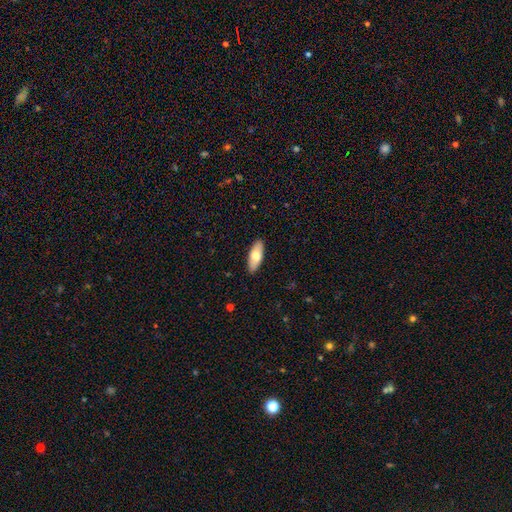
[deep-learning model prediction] Smooth or featured?
  - smooth: 69% *
  - featured or disk: 26%
  - star or artifact: 5%
How rounded?
  - in between: 77% *
  - cigar-shaped: 20%
  - round: 2%
Merging?
  - none: 90% *
  - minor disturbance: 8%
  - major disturbance: 2%
  - merger: 1%